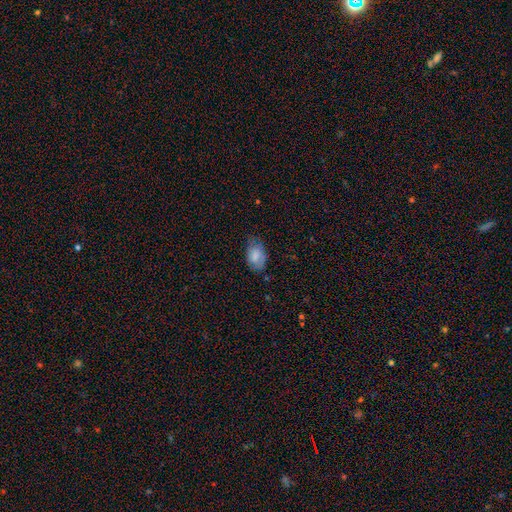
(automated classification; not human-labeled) Smooth or featured? Predicted: smooth (p=0.76). How rounded? Predicted: in between (p=0.90). Merging? Predicted: none (p=0.62).